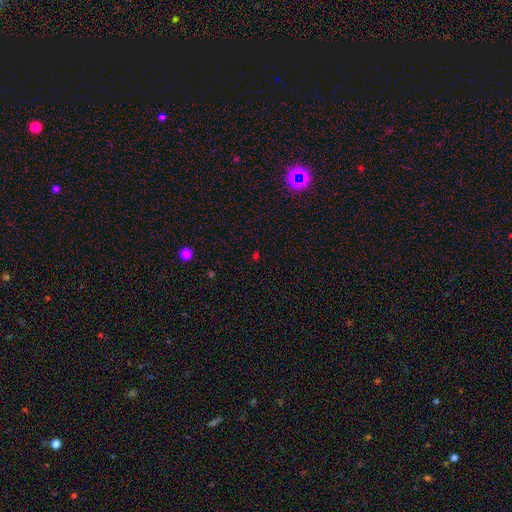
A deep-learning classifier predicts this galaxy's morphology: type=star or artifact (56%).